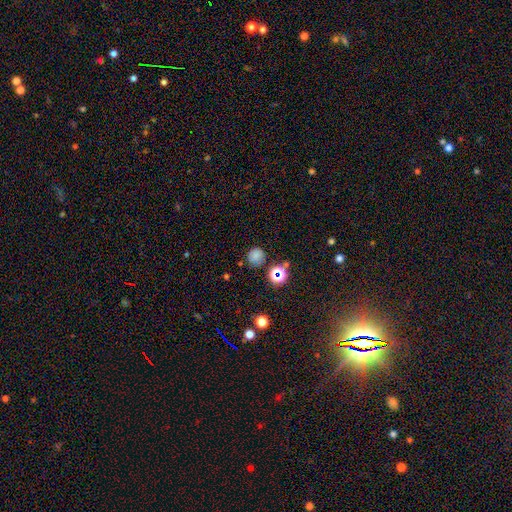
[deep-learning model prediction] Smooth or featured?
  - smooth: 72% *
  - star or artifact: 21%
  - featured or disk: 7%
How rounded?
  - round: 91% *
  - in between: 8%
  - cigar-shaped: 1%
Merging?
  - none: 79% *
  - minor disturbance: 12%
  - merger: 4%
  - major disturbance: 4%